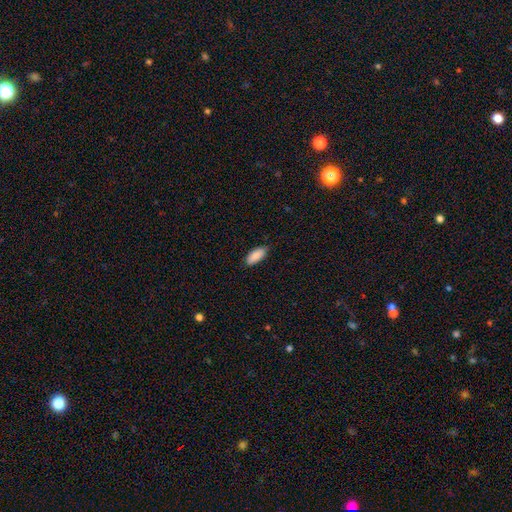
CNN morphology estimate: smooth 90%, star or artifact 6%, featured or disk 4%. Down the decision tree: how rounded — in between (84%); merging — none (86%).